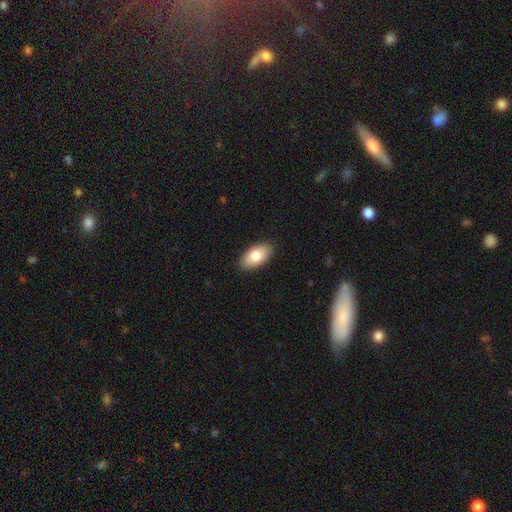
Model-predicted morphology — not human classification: This is likely a smooth galaxy (79%). How rounded: clearly in between (93%). Merging: clearly none (88%).